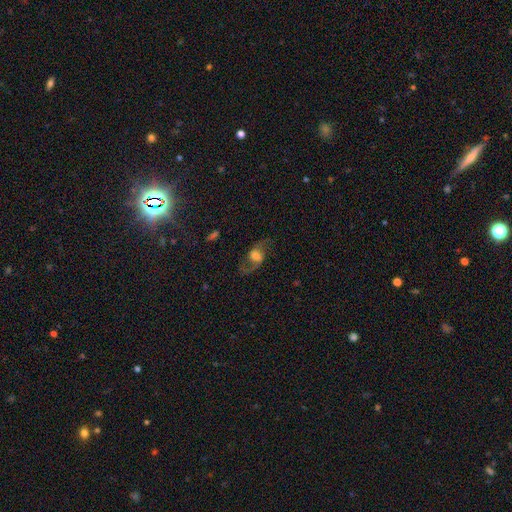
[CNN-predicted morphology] smooth_or_featured: featured or disk (p=0.73) [alt: smooth p=0.18]
disk_edge_on: no (p=0.93) [alt: yes p=0.07]
bar: weak (p=0.46) [alt: no p=0.36]
has_spiral_arms: yes (p=0.91) [alt: no p=0.09]
spiral_winding: loose (p=0.68) [alt: medium p=0.27]
spiral_arm_count: 2 (p=0.91) [alt: 1 p=0.04]
bulge_size: moderate (p=0.36) [tied with: large p=0.36]
merging: none (p=0.70) [alt: minor disturbance p=0.15]